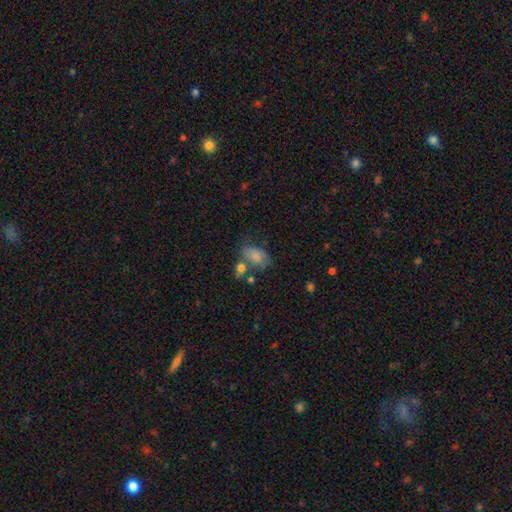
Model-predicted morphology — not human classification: The model was most divided on "merging": none: 43%, minor disturbance: 24%, merger: 21%, major disturbance: 12%. More confident: how rounded — in between (87%); smooth or featured — smooth (77%).